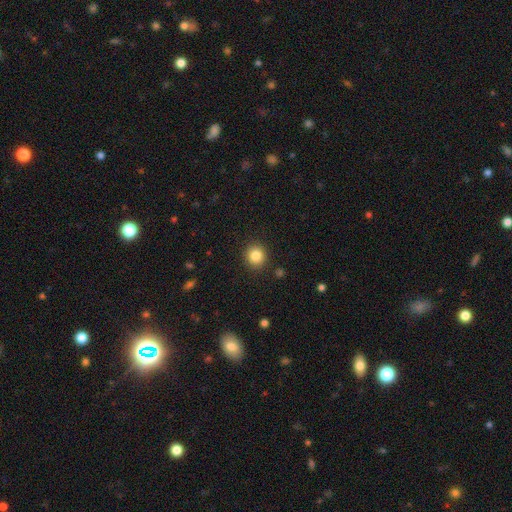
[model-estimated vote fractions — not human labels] The model was most divided on "smooth or featured": smooth: 84%, star or artifact: 10%, featured or disk: 5%. More confident: merging — none (90%); how rounded — round (89%).